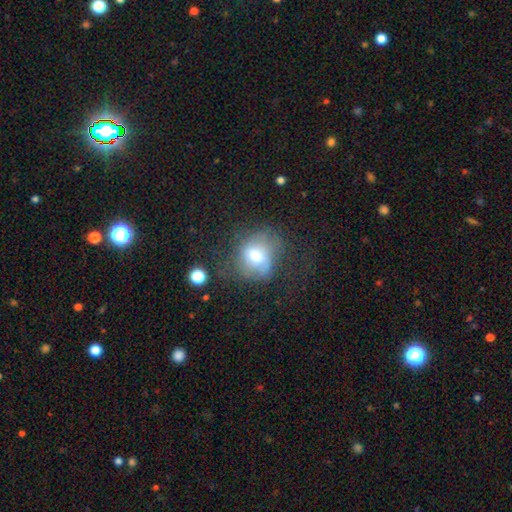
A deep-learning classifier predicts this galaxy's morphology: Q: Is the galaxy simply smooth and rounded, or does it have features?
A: smooth — 57%.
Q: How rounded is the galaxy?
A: round — 63%.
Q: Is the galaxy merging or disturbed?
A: none — 44%.